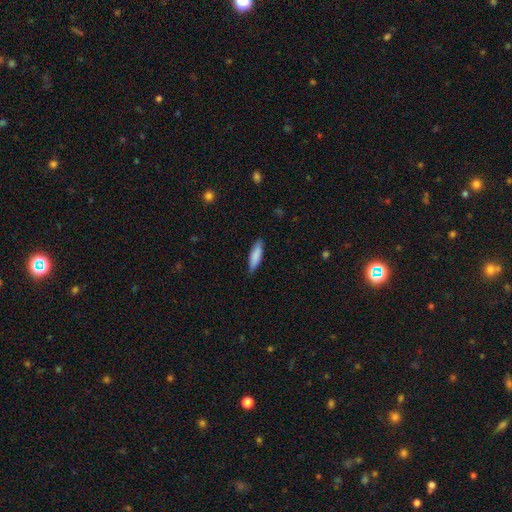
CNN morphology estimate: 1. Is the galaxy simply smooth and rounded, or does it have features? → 85% smooth, 9% featured or disk, 6% star or artifact.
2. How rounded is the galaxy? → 61% cigar-shaped, 37% in between, 1% round.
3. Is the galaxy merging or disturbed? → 82% none, 14% minor disturbance, 2% major disturbance, 1% merger.